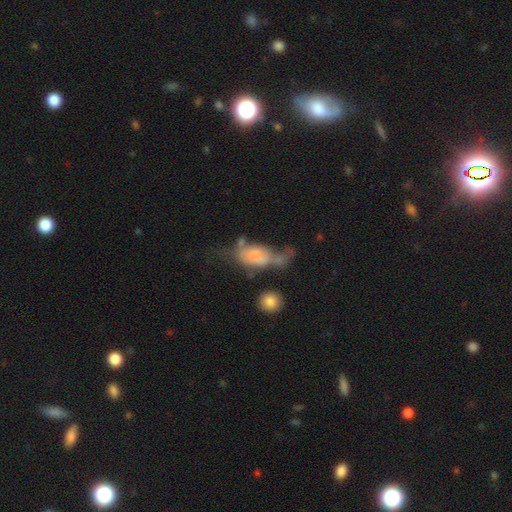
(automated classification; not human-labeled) Smooth or featured?
  - smooth: 51% *
  - featured or disk: 39%
  - star or artifact: 10%
How rounded?
  - in between: 82% *
  - cigar-shaped: 12%
  - round: 5%
Merging?
  - major disturbance: 40% *
  - minor disturbance: 21%
  - merger: 21%
  - none: 18%